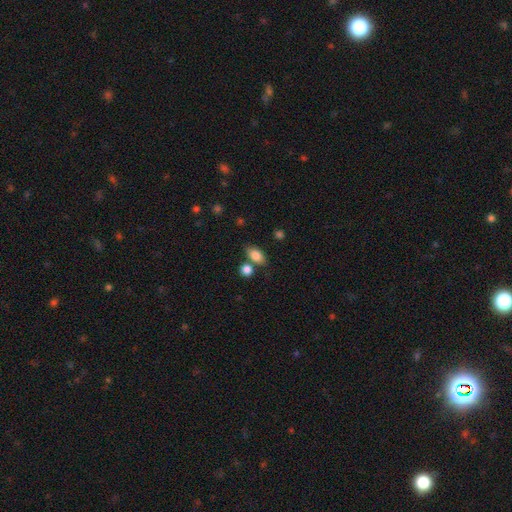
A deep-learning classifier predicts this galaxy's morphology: smooth_or_featured: smooth (p=0.84) [alt: star or artifact p=0.08]
how_rounded: in between (p=0.85) [alt: round p=0.11]
merging: none (p=0.65) [alt: merger p=0.18]